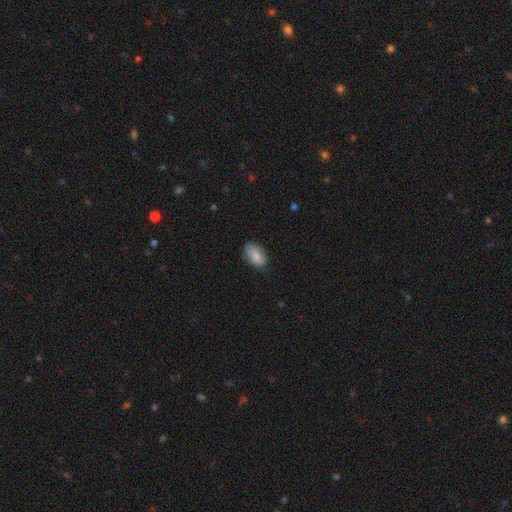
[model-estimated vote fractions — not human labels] A smooth galaxy with no disk features (87%) that is in between round and cigar-shaped (93%).

Vote fractions:
- Smooth or featured? smooth: 87% / star or artifact: 7% / featured or disk: 7%
- How rounded? in between: 93% / round: 4% / cigar-shaped: 3%
- Merging? none: 77% / minor disturbance: 18% / major disturbance: 3% / merger: 1%